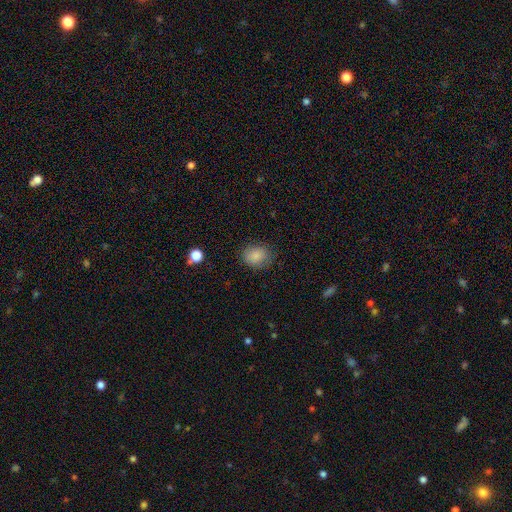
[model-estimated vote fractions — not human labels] smooth 85%, star or artifact 9%, featured or disk 5%. Down the decision tree: how rounded — round (57%); merging — none (79%).